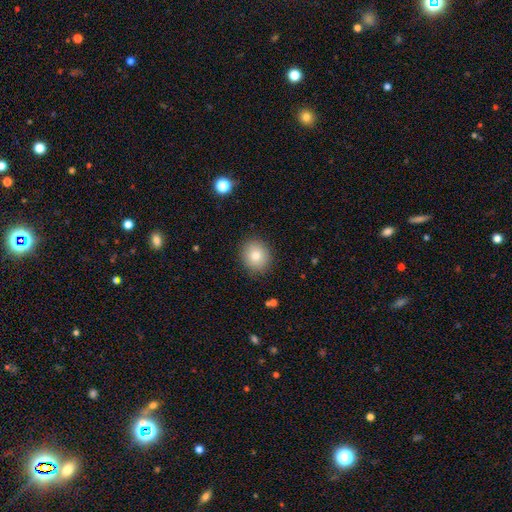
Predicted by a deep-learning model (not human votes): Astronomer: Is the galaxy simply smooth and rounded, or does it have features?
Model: smooth — 81%.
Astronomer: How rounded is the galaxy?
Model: round — 79%.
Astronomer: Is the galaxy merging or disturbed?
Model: none — 88%.